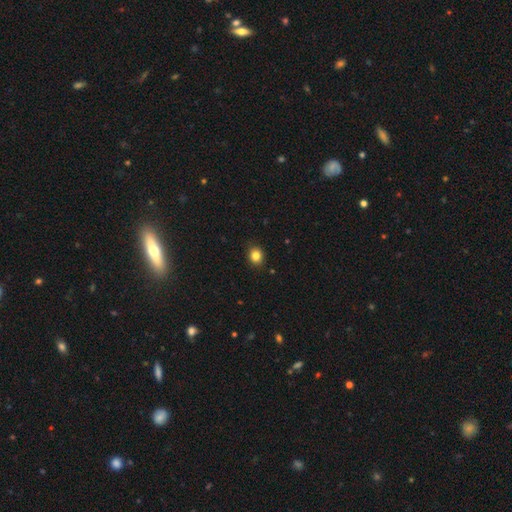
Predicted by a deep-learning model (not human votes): Overall: smooth (84%). How rounded: round (67%; in between 32%). Merging: none (89%).